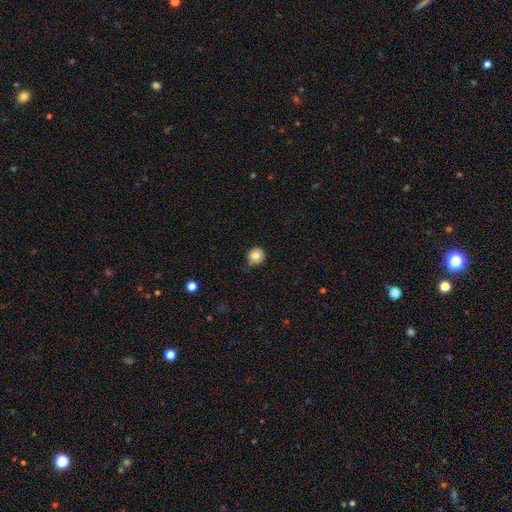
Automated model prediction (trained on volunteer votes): This appears to be a smooth galaxy with no disk features (79%) that is round (94%). Merging: none (78%).